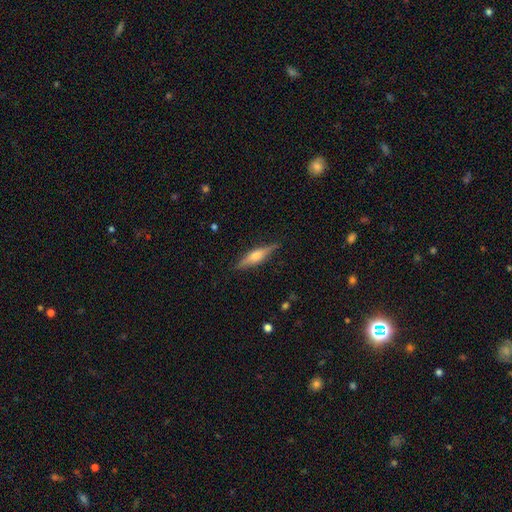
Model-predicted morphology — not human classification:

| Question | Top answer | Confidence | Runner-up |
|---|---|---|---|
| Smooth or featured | featured or disk | 66% | smooth (28%) |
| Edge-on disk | yes | 97% | no (3%) |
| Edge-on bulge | rounded | 86% | boxy (10%) |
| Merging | none | 88% | minor disturbance (9%) |